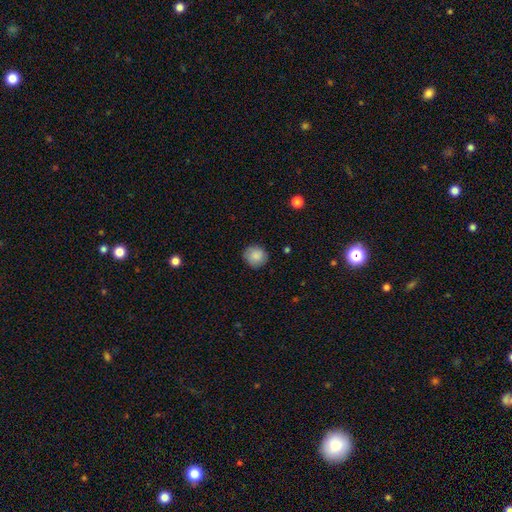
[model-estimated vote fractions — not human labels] Smooth or featured?
  - smooth: 87% *
  - star or artifact: 8%
  - featured or disk: 6%
How rounded?
  - round: 88% *
  - in between: 11%
  - cigar-shaped: 1%
Merging?
  - none: 87% *
  - minor disturbance: 10%
  - major disturbance: 2%
  - merger: 1%